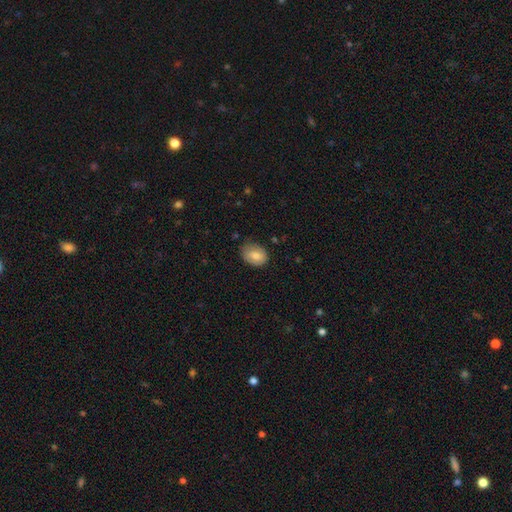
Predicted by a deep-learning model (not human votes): Q: Smooth or featured?
A: smooth (80%); runner-up: featured or disk (13%)
Q: How rounded?
A: in between (71%); runner-up: round (28%)
Q: Merging?
A: none (72%); runner-up: minor disturbance (22%)